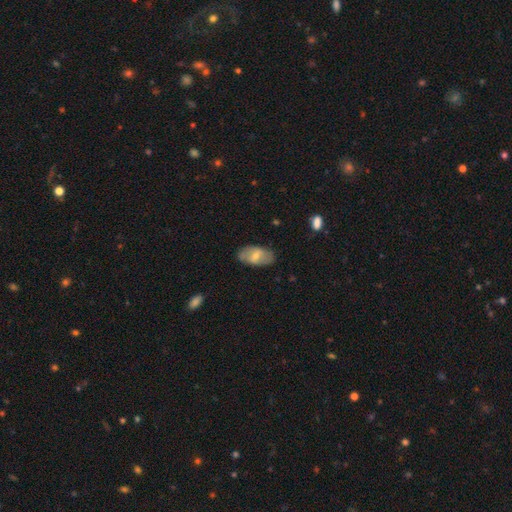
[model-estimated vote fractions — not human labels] This appears to be a smooth galaxy with no disk features (54%) that is in between round and cigar-shaped (93%). Merging: none (77%).